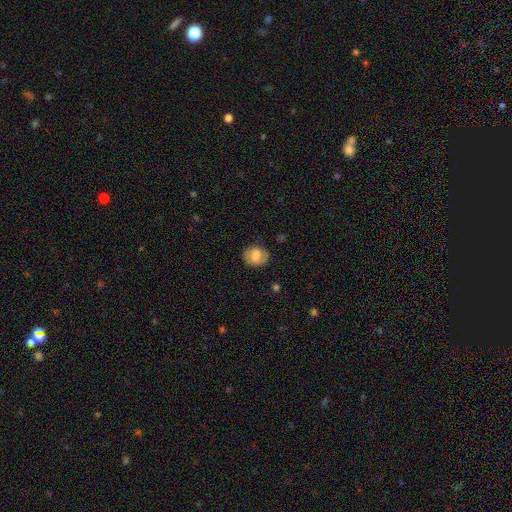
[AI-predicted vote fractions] A smooth galaxy with no disk features (60%) that is round (58%).

Vote fractions:
- Smooth or featured? smooth: 60% / featured or disk: 31% / star or artifact: 8%
- How rounded? round: 58% / in between: 41% / cigar-shaped: 1%
- Merging? none: 77% / minor disturbance: 16% / major disturbance: 5% / merger: 1%